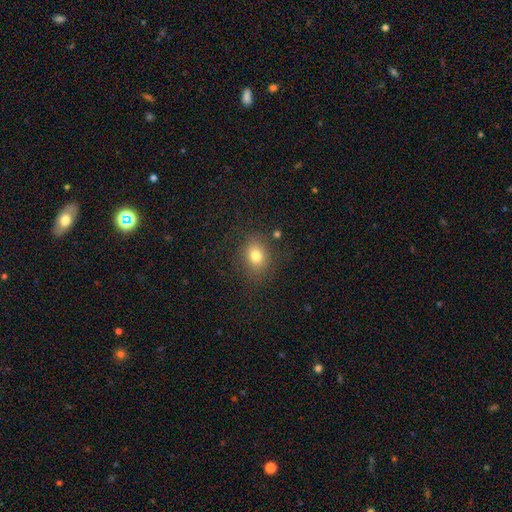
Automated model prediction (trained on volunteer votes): A smooth galaxy with no disk features (78%) that is round (59%). Merging: none (81%).